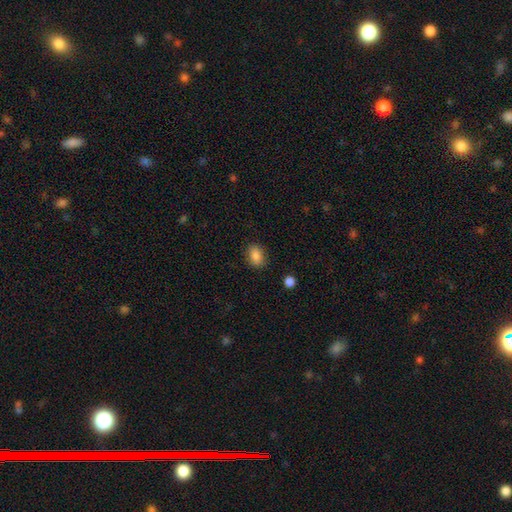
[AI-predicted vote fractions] The model was most divided on "how rounded": in between: 70%, round: 28%, cigar-shaped: 1%. More confident: merging — none (86%); smooth or featured — smooth (86%).